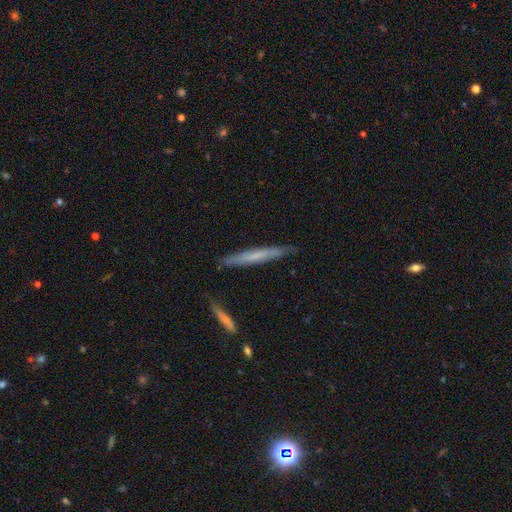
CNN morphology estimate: smooth_or_featured: smooth (p=0.52) [alt: featured or disk p=0.42]
how_rounded: cigar-shaped (p=0.96) [alt: in between p=0.03]
merging: none (p=0.82) [alt: minor disturbance p=0.13]